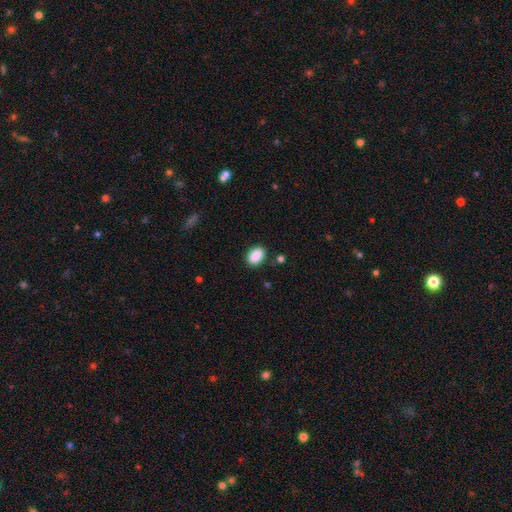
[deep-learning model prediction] Smooth or featured: smooth — 89% (star or artifact — 8%)
How rounded: in between — 82% (round — 16%)
Merging: none — 84% (minor disturbance — 11%)